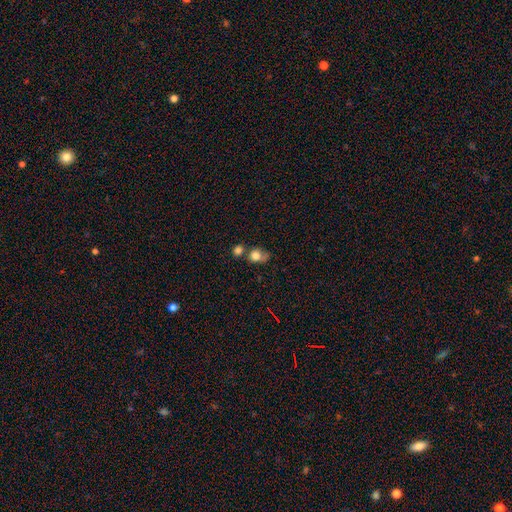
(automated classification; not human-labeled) A smooth galaxy with no disk features (78%) that is round (64%). Merging: none (38%).